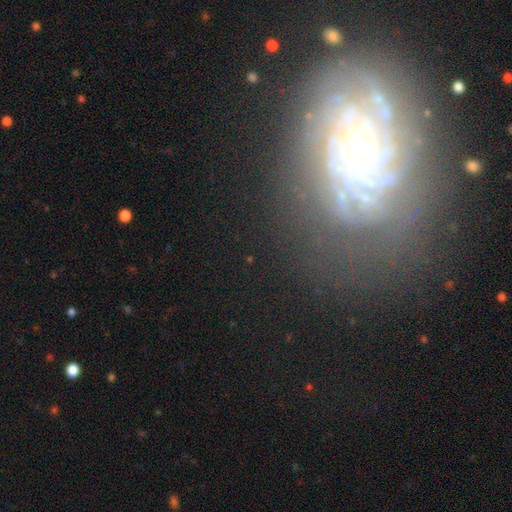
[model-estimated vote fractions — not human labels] Q: Smooth or featured?
A: featured or disk (78%); runner-up: star or artifact (13%)
Q: Edge-on disk?
A: no (96%); runner-up: yes (4%)
Q: Bar?
A: no (73%); runner-up: weak (18%)
Q: Spiral arms?
A: yes (93%); runner-up: no (7%)
Q: Spiral winding?
A: tight (77%); runner-up: medium (17%)
Q: Spiral arm count?
A: can't tell (37%); runner-up: more than 4 (14%)
Q: Bulge size?
A: small (67%); runner-up: moderate (27%)
Q: Merging?
A: none (76%); runner-up: minor disturbance (14%)